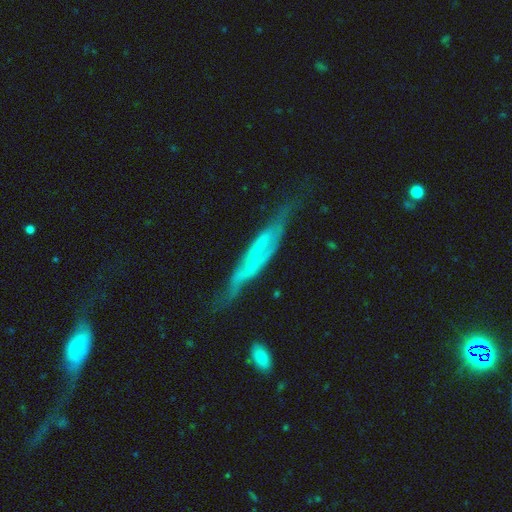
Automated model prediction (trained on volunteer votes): smooth-or-featured: featured or disk: 71% | smooth: 20% | star or artifact: 8%
  disk-edge-on: yes: 69% | no: 31%
  merging: none: 56% | minor disturbance: 26% | major disturbance: 15% | merger: 3%